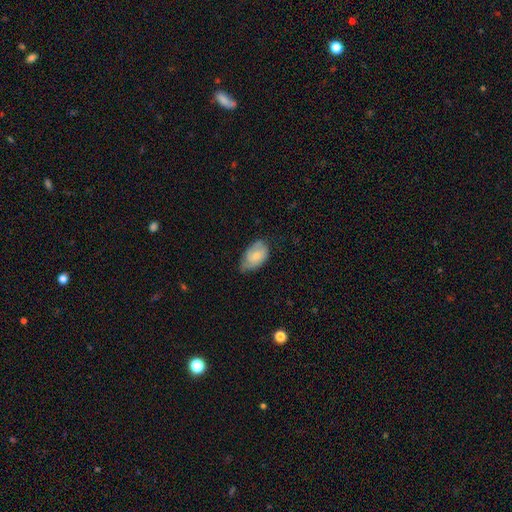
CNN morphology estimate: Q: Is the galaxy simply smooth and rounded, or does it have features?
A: smooth — 63%.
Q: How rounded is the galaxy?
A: in between — 90%.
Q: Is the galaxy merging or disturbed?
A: none — 48%.